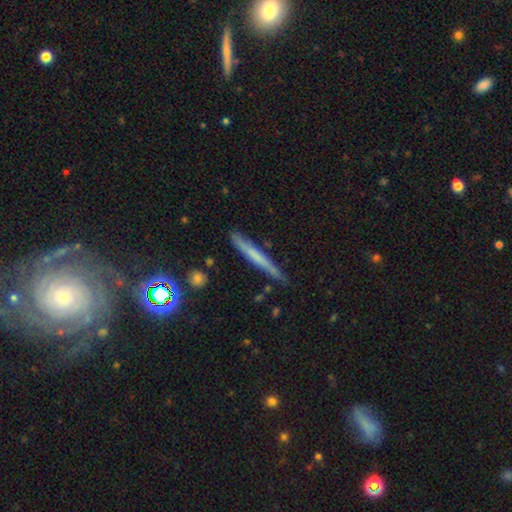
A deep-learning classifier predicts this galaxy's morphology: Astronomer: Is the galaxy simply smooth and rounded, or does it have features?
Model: smooth — 48% (runner-up: featured or disk, 42%).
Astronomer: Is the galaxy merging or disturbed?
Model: none — 83%.